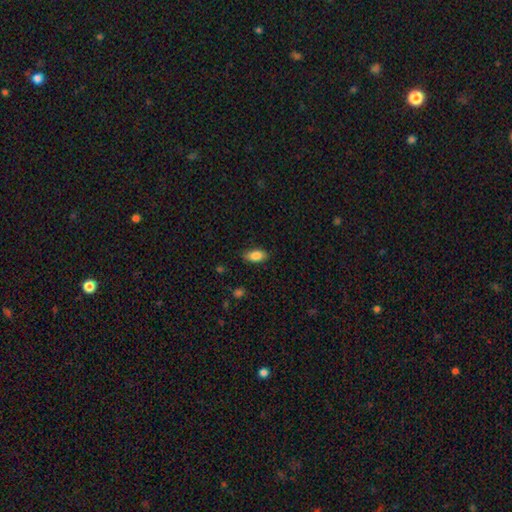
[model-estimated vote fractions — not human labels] Smooth or featured? smooth (86%)
How rounded? in between (90%)
Merging? none (85%)